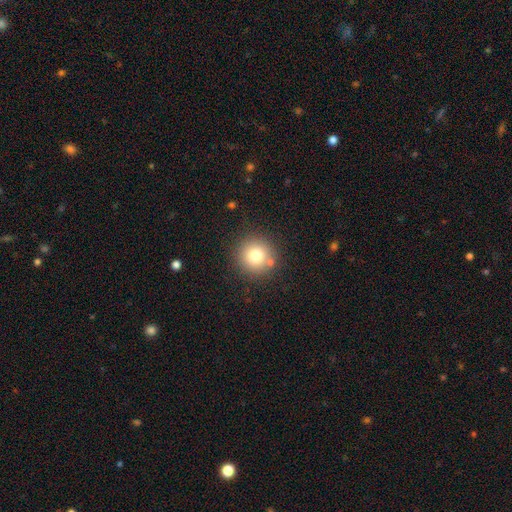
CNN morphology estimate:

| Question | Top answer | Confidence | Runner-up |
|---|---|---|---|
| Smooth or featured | smooth | 77% | star or artifact (13%) |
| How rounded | round | 95% | in between (4%) |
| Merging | none | 83% | minor disturbance (8%) |